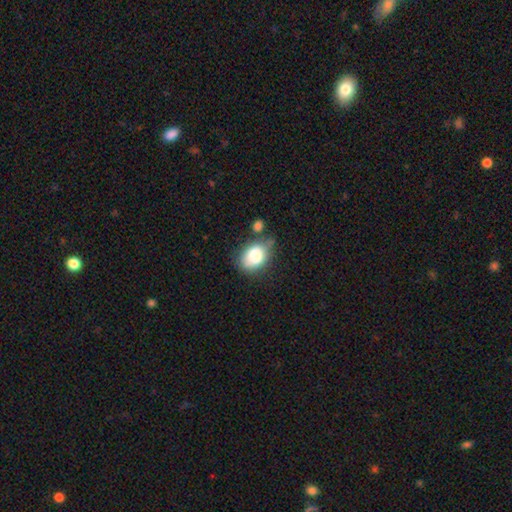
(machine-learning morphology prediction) type=smooth (81%); roundness=in between (71%); merging=none (51%).